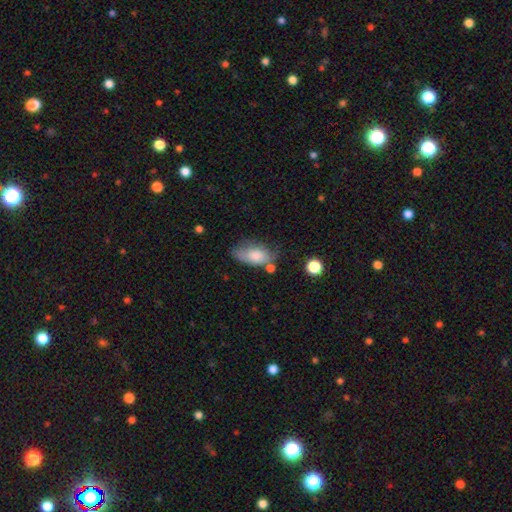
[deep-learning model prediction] Smooth or featured? smooth (78%)
How rounded? in between (91%)
Merging? none (48%)